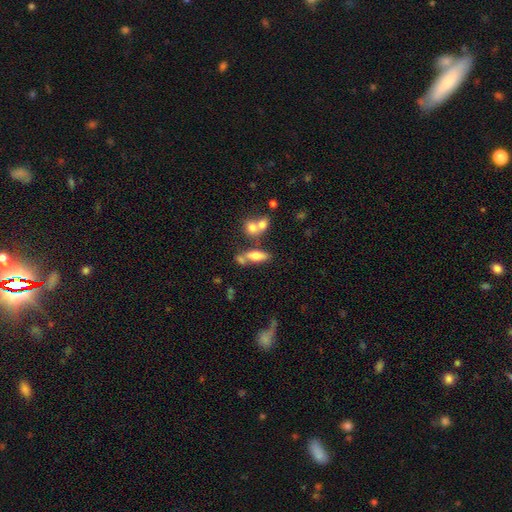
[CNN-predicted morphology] Smooth or featured?
  - smooth: 64% *
  - featured or disk: 26%
  - star or artifact: 10%
How rounded?
  - in between: 65% *
  - cigar-shaped: 30%
  - round: 5%
Merging?
  - none: 50% *
  - merger: 30%
  - minor disturbance: 13%
  - major disturbance: 6%